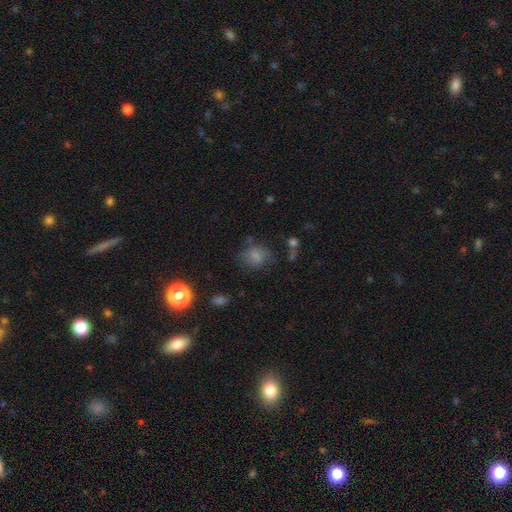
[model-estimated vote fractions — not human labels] smooth-or-featured: smooth: 68% | featured or disk: 18% | star or artifact: 14%
  how-rounded: in between: 54% | round: 44% | cigar-shaped: 2%
  merging: none: 53% | minor disturbance: 25% | major disturbance: 18% | merger: 5%